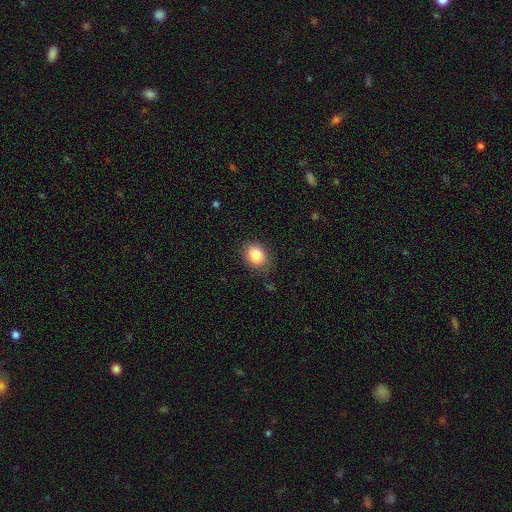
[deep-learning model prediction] smooth_or_featured: smooth (p=0.86) [alt: star or artifact p=0.09]
how_rounded: in between (p=0.63) [alt: round p=0.36]
merging: none (p=0.80) [alt: minor disturbance p=0.15]